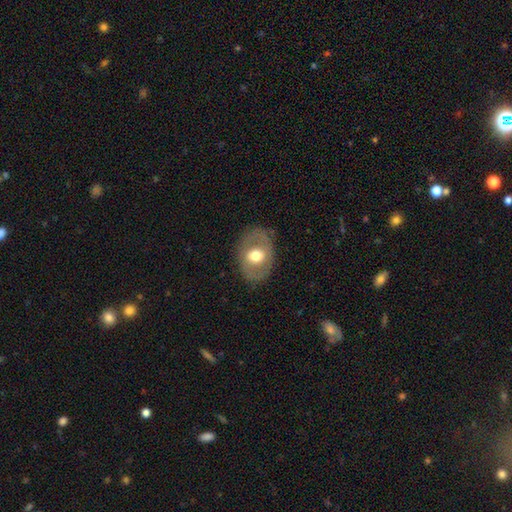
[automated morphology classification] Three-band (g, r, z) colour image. It shows a smooth galaxy with no disk features (48%). Merging: none (80%).